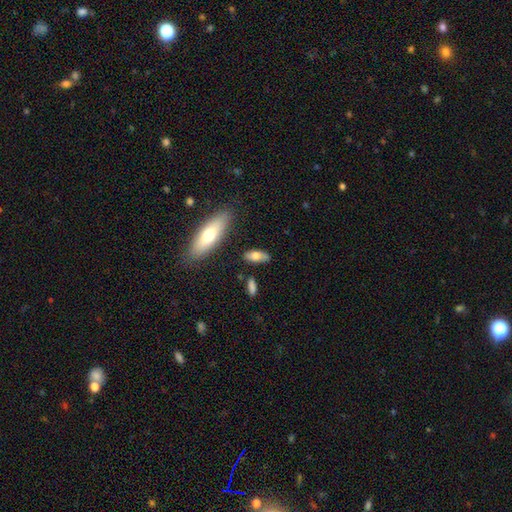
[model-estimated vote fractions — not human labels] smooth_or_featured: smooth (p=0.66) [alt: featured or disk p=0.27]
how_rounded: in between (p=0.71) [alt: cigar-shaped p=0.26]
merging: none (p=0.78) [alt: minor disturbance p=0.14]